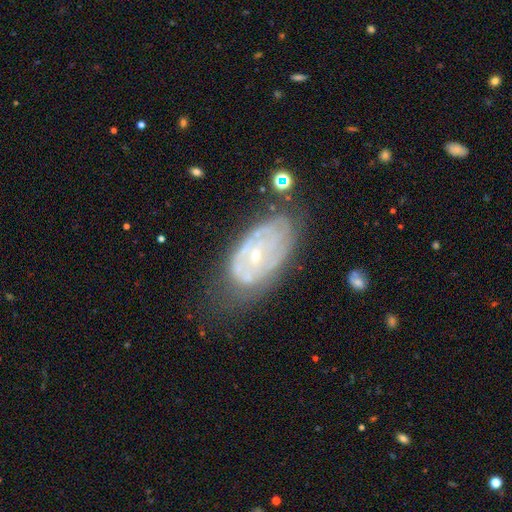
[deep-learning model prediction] Smooth or featured?
  - featured or disk: 74% *
  - smooth: 18%
  - star or artifact: 8%
Edge-on disk?
  - no: 94% *
  - yes: 6%
Bar?
  - no: 67% *
  - weak: 26%
  - strong: 7%
Spiral arms?
  - yes: 70% *
  - no: 30%
Bulge size?
  - small: 70% *
  - moderate: 25%
  - none: 3%
  - large: 1%
  - dominant: 1%
Merging?
  - none: 52% *
  - minor disturbance: 28%
  - major disturbance: 15%
  - merger: 4%